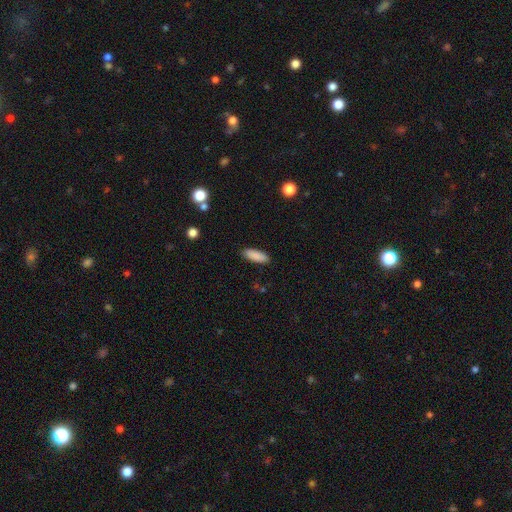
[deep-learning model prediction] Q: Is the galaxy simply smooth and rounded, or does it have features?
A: smooth — 89%.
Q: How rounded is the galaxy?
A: in between — 59%.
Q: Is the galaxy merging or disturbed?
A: none — 89%.